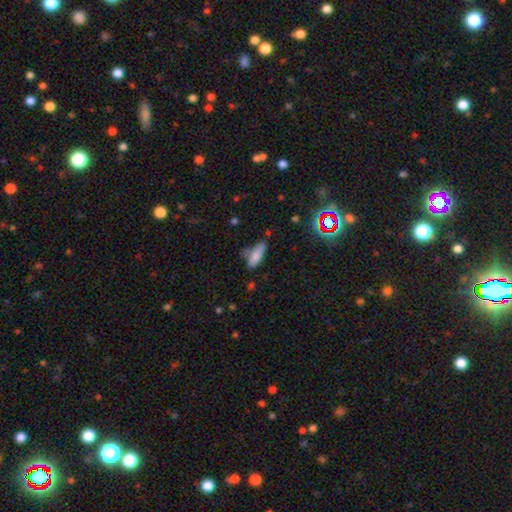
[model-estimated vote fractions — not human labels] A smooth galaxy with no disk features (78%) that is in between round and cigar-shaped (62%).

Vote fractions:
- Smooth or featured? smooth: 78% / featured or disk: 12% / star or artifact: 9%
- How rounded? in between: 62% / cigar-shaped: 35% / round: 2%
- Merging? none: 50% / minor disturbance: 33% / major disturbance: 10% / merger: 7%